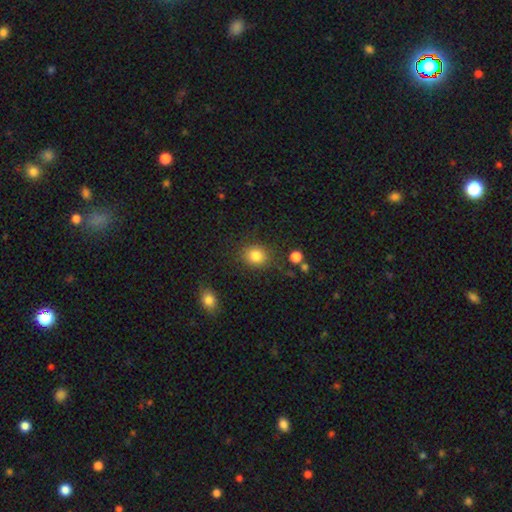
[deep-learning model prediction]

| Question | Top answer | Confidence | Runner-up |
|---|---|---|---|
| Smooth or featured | smooth | 84% | star or artifact (10%) |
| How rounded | round | 73% | in between (27%) |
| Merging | none | 82% | minor disturbance (11%) |